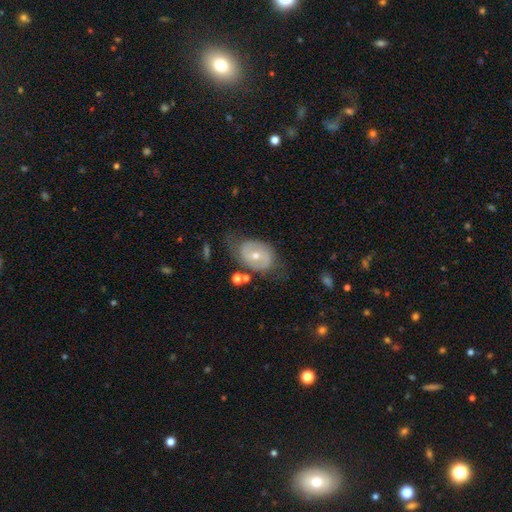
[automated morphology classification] Smooth or featured? featured or disk (61%)
Edge-on disk? no (95%)
Bar? no (54%)
Spiral arms? yes (67%)
Bulge size? moderate (51%)
Merging? none (55%)